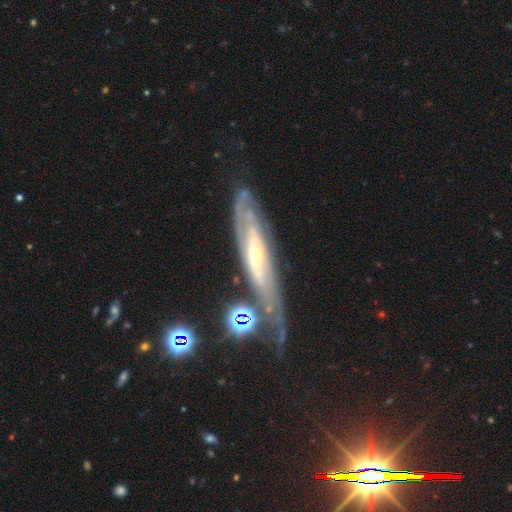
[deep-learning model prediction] Smooth or featured? featured or disk (80%)
Edge-on disk? no (67%)
Bar? no (55%)
Spiral arms? yes (86%)
Bulge size? small (66%)
Merging? none (53%)